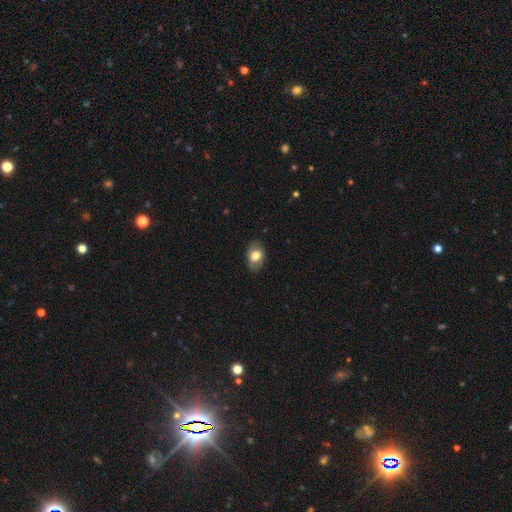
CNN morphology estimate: type=smooth (72%); roundness=in between (79%); merging=none (82%).